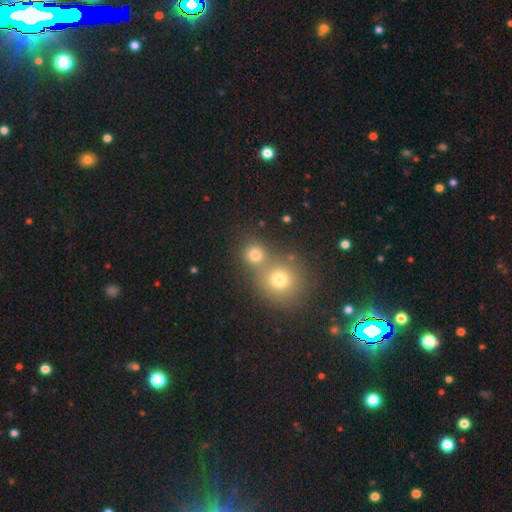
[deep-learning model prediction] smooth_or_featured: smooth (p=0.72) [alt: star or artifact p=0.19]
how_rounded: round (p=0.86) [alt: in between p=0.13]
merging: none (p=0.51) [alt: merger p=0.40]